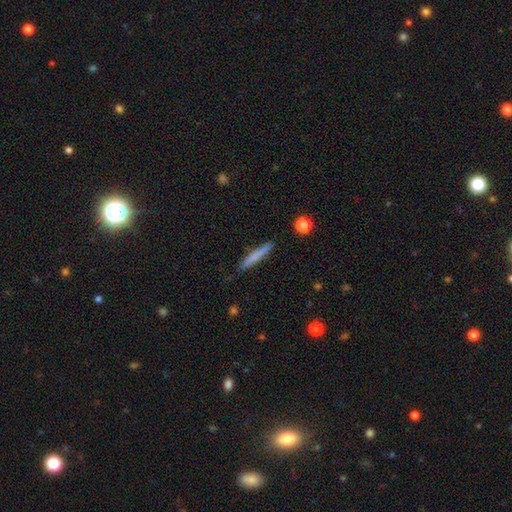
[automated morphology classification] smooth_or_featured: smooth (p=0.73) [alt: featured or disk p=0.21]
how_rounded: cigar-shaped (p=0.95) [alt: in between p=0.04]
merging: none (p=0.87) [alt: minor disturbance p=0.10]